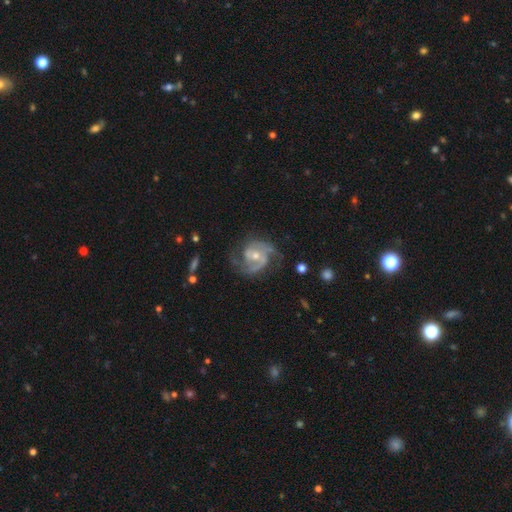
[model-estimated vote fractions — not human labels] A featured or disk galaxy (89%) with no bar (49%), 2 (69%) medium (53%) spiral arms (96%) and a moderate central bulge (52%).

Vote fractions:
- Smooth or featured? featured or disk: 89% / smooth: 6% / star or artifact: 5%
- Edge-on disk? no: 98% / yes: 2%
- Bar? no: 49% / weak: 40% / strong: 12%
- Spiral arms? yes: 96% / no: 4%
- Spiral winding? medium: 53% / tight: 26% / loose: 21%
- Spiral arm count? 2: 69% / 3: 15% / can't tell: 8% / 1: 4% / 4: 3% / more than 4: 2%
- Bulge size? moderate: 52% / small: 44% / large: 2% / none: 1% / dominant: 1%
- Merging? none: 63% / minor disturbance: 22% / major disturbance: 14% / merger: 2%